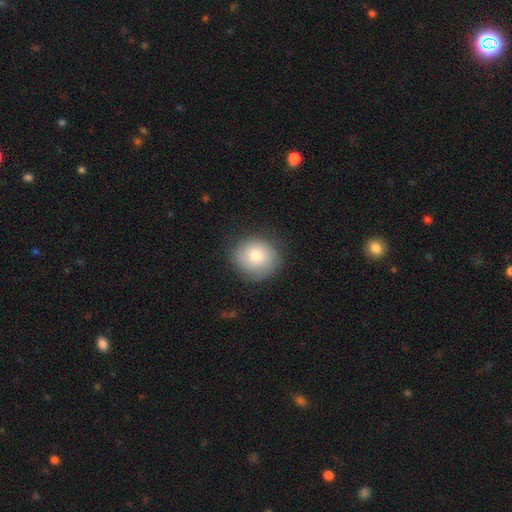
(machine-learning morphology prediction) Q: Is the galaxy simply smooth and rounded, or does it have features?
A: smooth — 72%.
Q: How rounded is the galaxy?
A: round — 84%.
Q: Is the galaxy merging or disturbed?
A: none — 79%.